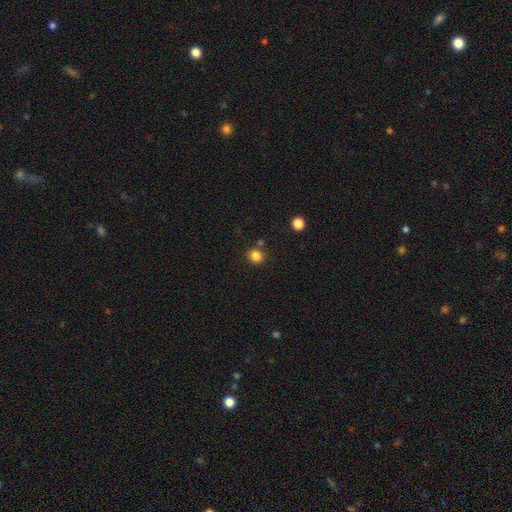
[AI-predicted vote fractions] smooth_or_featured: smooth (p=0.84) [alt: star or artifact p=0.12]
how_rounded: round (p=0.87) [alt: in between p=0.13]
merging: none (p=0.80) [alt: merger p=0.09]